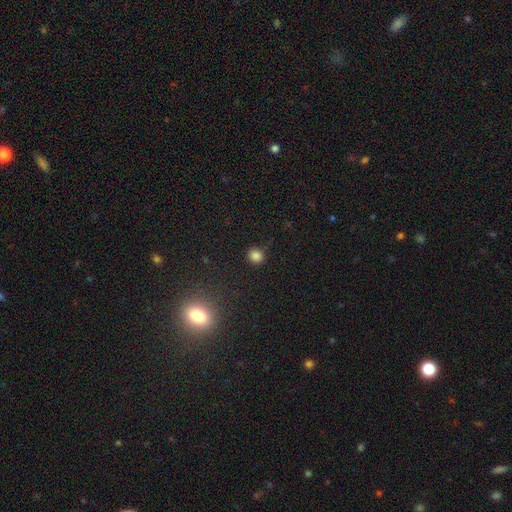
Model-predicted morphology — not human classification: Smooth or featured? Predicted: smooth (p=0.82). How rounded? Predicted: round (p=0.85). Merging? Predicted: none (p=0.87).